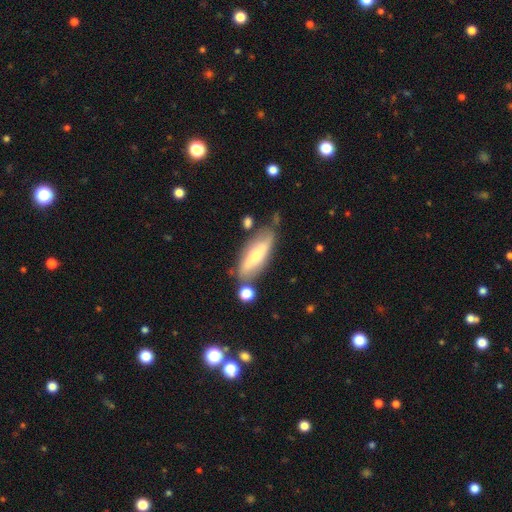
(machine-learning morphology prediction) smooth_or_featured: smooth (p=0.49) [alt: featured or disk p=0.45]
merging: none (p=0.66) [alt: minor disturbance p=0.19]